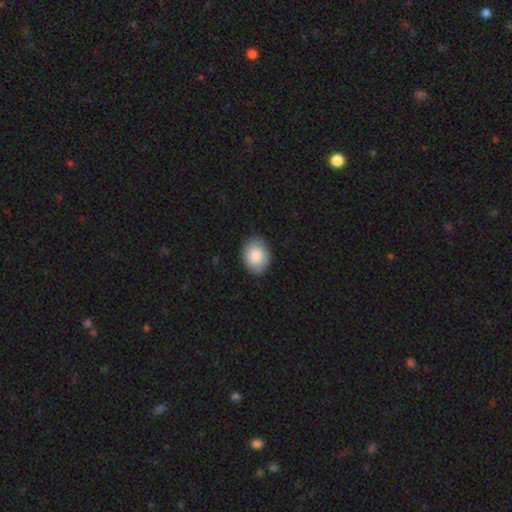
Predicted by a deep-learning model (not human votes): smooth-or-featured: smooth: 86% | featured or disk: 8% | star or artifact: 6%
  how-rounded: in between: 73% | round: 26% | cigar-shaped: 1%
  merging: none: 85% | minor disturbance: 12% | major disturbance: 2% | merger: 1%